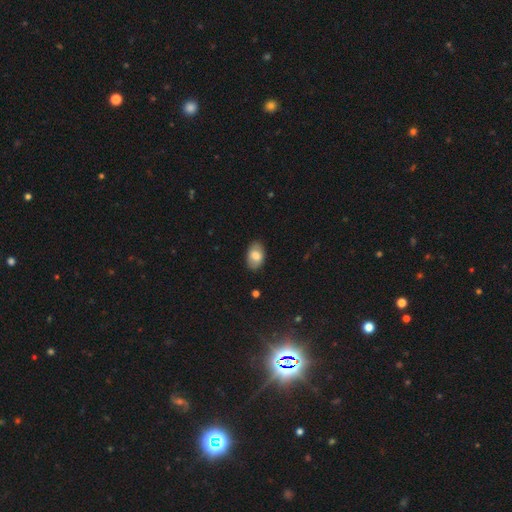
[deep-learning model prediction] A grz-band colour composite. It shows a smooth galaxy with no disk features (75%) that is in between round and cigar-shaped (91%). Merging: none (85%).